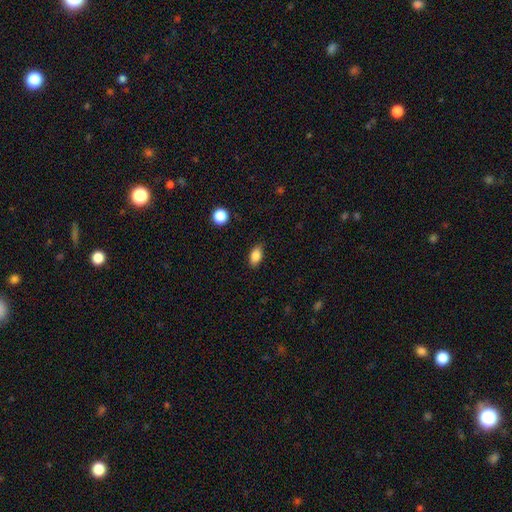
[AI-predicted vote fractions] This is clearly a smooth galaxy (85%). How rounded: clearly in between (87%). Merging: clearly none (85%).